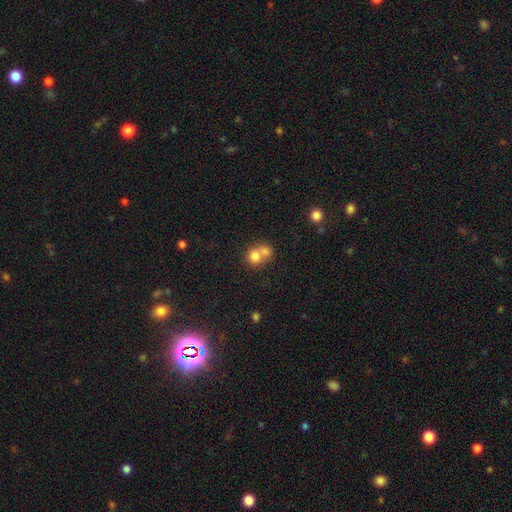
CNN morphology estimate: Smooth or featured?
  - smooth: 76% *
  - featured or disk: 15%
  - star or artifact: 10%
How rounded?
  - round: 76% *
  - in between: 23%
  - cigar-shaped: 1%
Merging?
  - merger: 62% *
  - none: 29%
  - minor disturbance: 6%
  - major disturbance: 3%